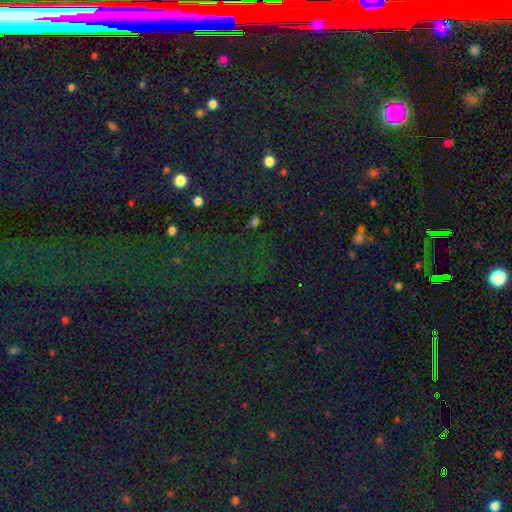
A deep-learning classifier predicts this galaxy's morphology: smooth_or_featured: star or artifact (p=0.80) [alt: smooth p=0.13]